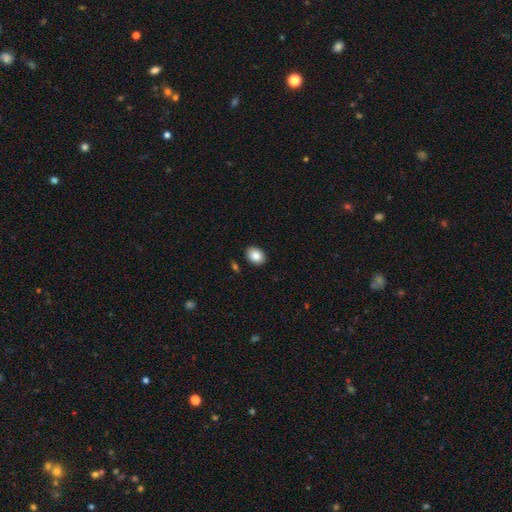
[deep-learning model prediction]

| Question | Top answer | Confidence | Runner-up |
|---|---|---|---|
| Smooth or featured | smooth | 86% | star or artifact (8%) |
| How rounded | in between | 64% | round (35%) |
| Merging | none | 90% | minor disturbance (7%) |